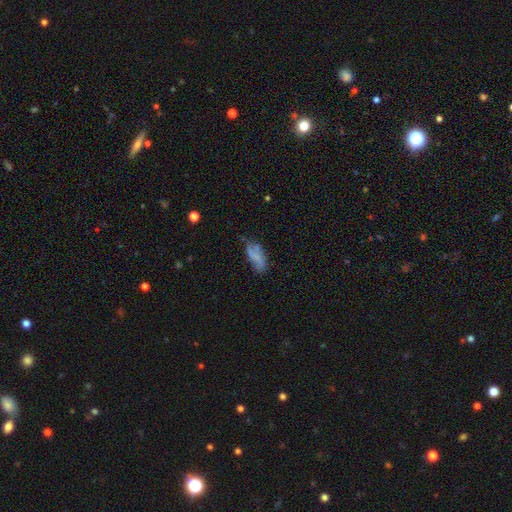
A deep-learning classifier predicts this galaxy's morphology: smooth_or_featured: smooth (p=0.53) [alt: featured or disk p=0.37]
how_rounded: in between (p=0.80) [alt: cigar-shaped p=0.17]
merging: none (p=0.48) [alt: minor disturbance p=0.30]